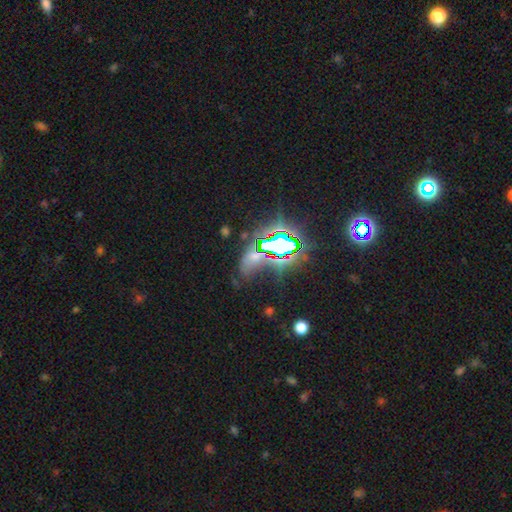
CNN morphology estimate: Smooth or featured?
  - star or artifact: 70% *
  - smooth: 17%
  - featured or disk: 14%